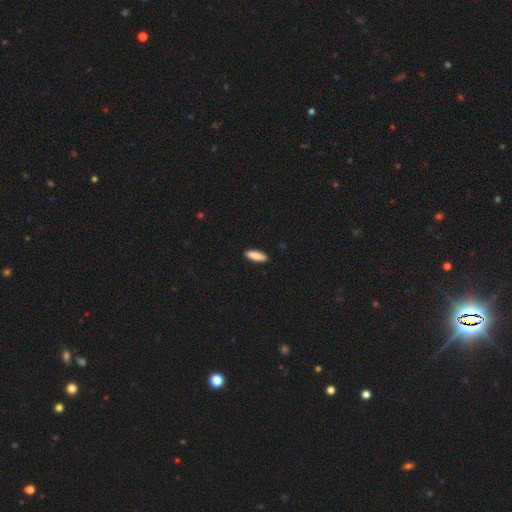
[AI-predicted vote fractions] Overall: smooth (87%). How rounded: cigar-shaped (49%, tied with in between). Merging: none (90%).